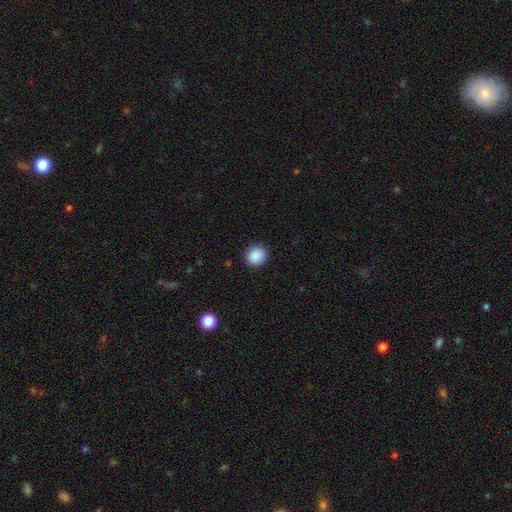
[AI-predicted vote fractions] Morphology: type=smooth (89%); roundness=round (86%); merging=none (90%).